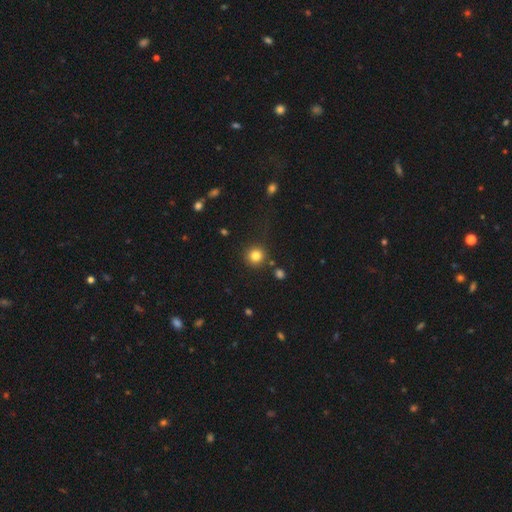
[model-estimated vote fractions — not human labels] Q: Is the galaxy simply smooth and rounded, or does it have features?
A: smooth — 82%.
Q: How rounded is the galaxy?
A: round — 93%.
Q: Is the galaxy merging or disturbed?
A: none — 86%.